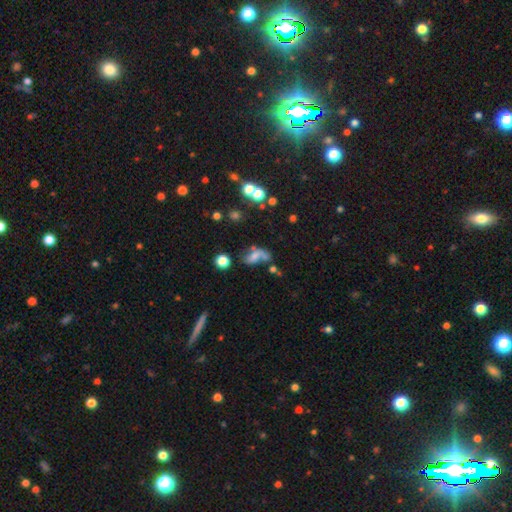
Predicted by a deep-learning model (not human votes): Smooth or featured? smooth (47%)
Merging? none (28%)